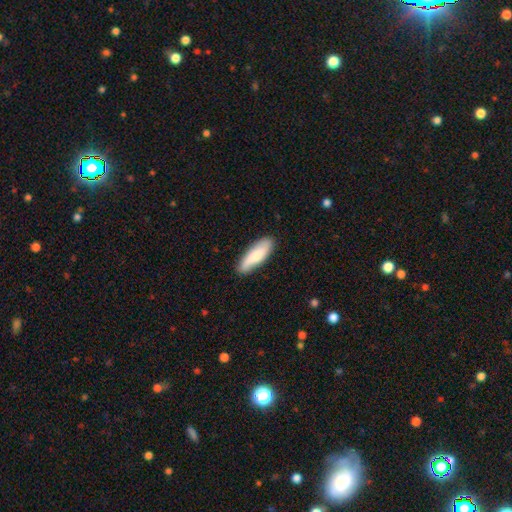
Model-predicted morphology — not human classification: Smooth or featured? Predicted: smooth (p=0.74). How rounded? Predicted: in between (p=0.54). Merging? Predicted: none (p=0.84).